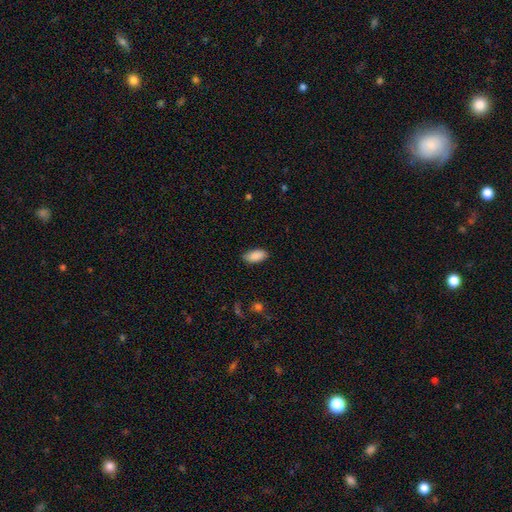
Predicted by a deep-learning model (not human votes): This appears to be a smooth galaxy with no disk features (89%) that is in between round and cigar-shaped (92%). Merging: none (84%).